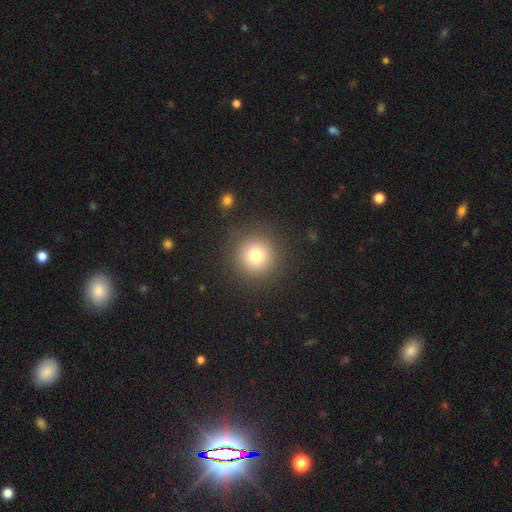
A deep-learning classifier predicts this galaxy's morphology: type=smooth (76%); roundness=round (95%); merging=none (87%).